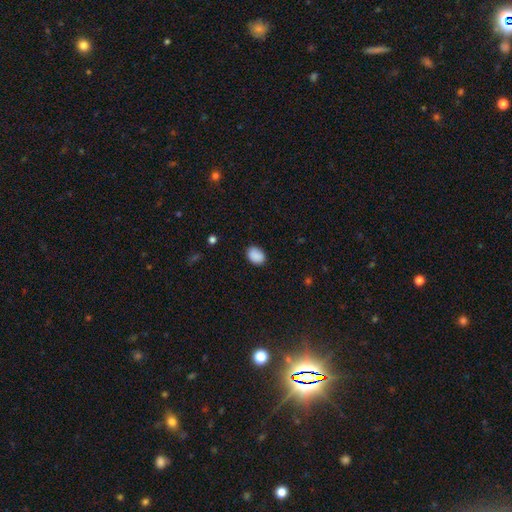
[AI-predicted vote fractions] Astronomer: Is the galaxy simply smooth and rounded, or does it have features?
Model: smooth — 89%.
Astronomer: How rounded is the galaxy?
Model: in between — 74%.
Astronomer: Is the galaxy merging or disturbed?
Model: none — 85%.